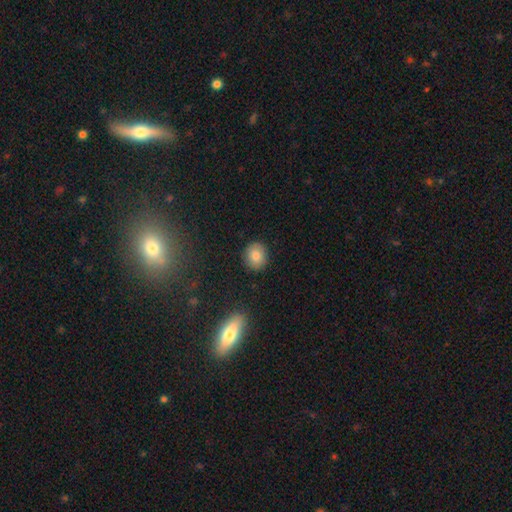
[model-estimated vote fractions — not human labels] Q: Smooth or featured?
A: smooth (83%); runner-up: star or artifact (9%)
Q: How rounded?
A: round (75%); runner-up: in between (24%)
Q: Merging?
A: none (89%); runner-up: minor disturbance (7%)